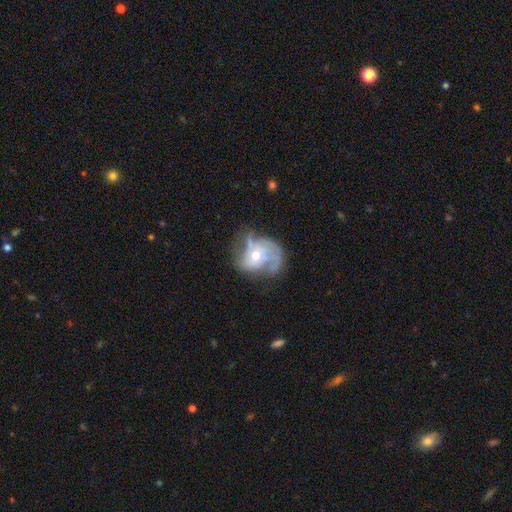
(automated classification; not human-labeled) Morphology: type=featured or disk (75%); edge-on=no (97%); bar=no (78%); spiral arms=yes (83%); winding=medium (39%); arm count=3 (29%); bulge=moderate (58%); merging=none (39%).